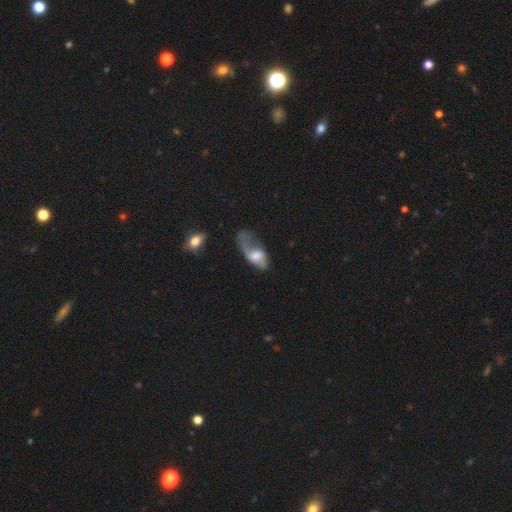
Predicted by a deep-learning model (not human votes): A smooth galaxy with no disk features (47%).

Vote fractions:
- Smooth or featured? smooth: 47% / featured or disk: 44% / star or artifact: 8%
- Merging? major disturbance: 50% / minor disturbance: 22% / none: 21% / merger: 7%